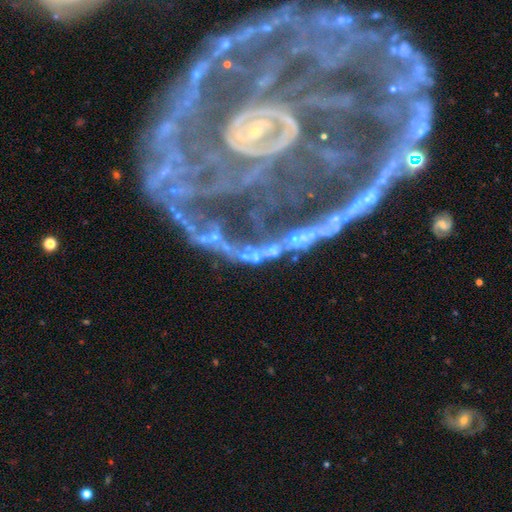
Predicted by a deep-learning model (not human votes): Overall: featured or disk (50%; star or artifact 29%). Edge-on disk: no (91%). Merging: merger (46%; major disturbance 28%).